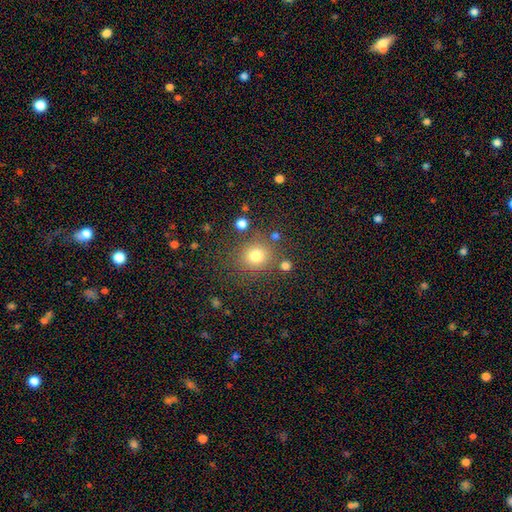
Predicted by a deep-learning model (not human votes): smooth_or_featured: smooth (p=0.77) [alt: star or artifact p=0.15]
how_rounded: round (p=0.87) [alt: in between p=0.13]
merging: none (p=0.79) [alt: minor disturbance p=0.11]